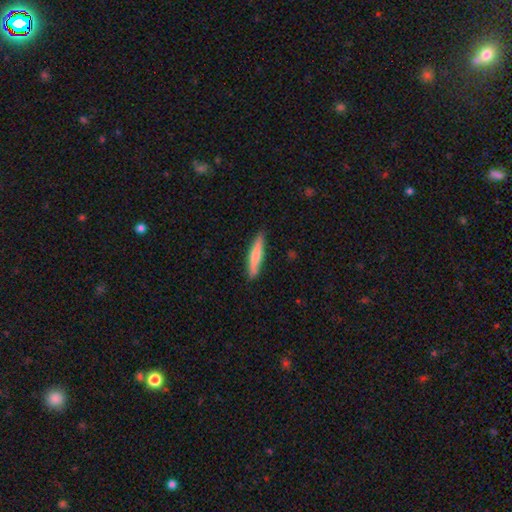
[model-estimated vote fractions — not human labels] Smooth or featured? Predicted: smooth (p=0.64). How rounded? Predicted: cigar-shaped (p=0.90). Merging? Predicted: none (p=0.86).